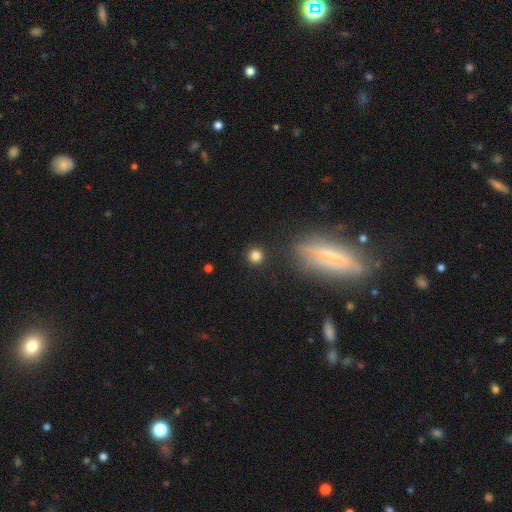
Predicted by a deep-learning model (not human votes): smooth_or_featured: smooth (p=0.81) [alt: star or artifact p=0.13]
how_rounded: round (p=0.94) [alt: in between p=0.05]
merging: none (p=0.90) [alt: minor disturbance p=0.05]